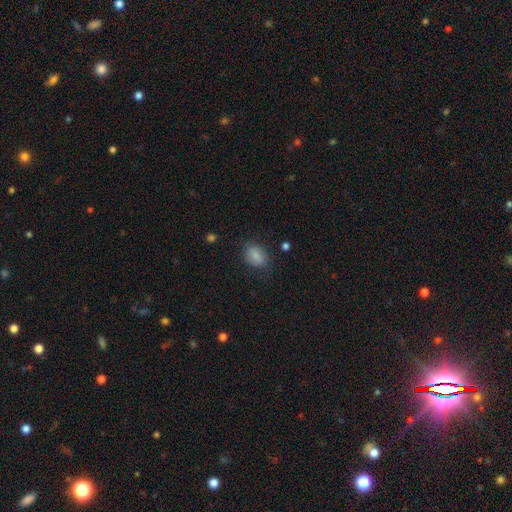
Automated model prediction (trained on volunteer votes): Morphology: type=smooth (83%); roundness=in between (72%); merging=none (75%).